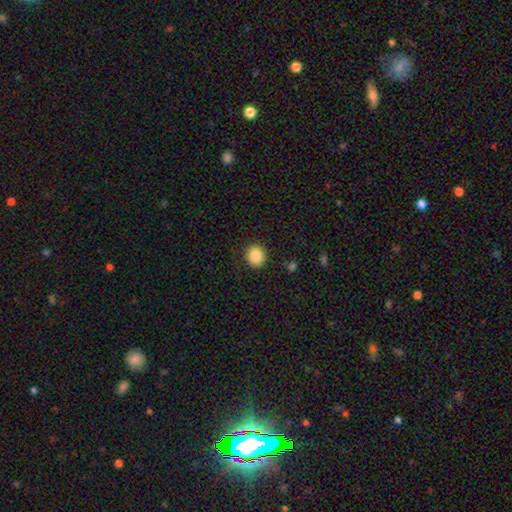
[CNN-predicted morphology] Smooth or featured? Predicted: smooth (p=0.87). How rounded? Predicted: round (p=0.82). Merging? Predicted: none (p=0.89).